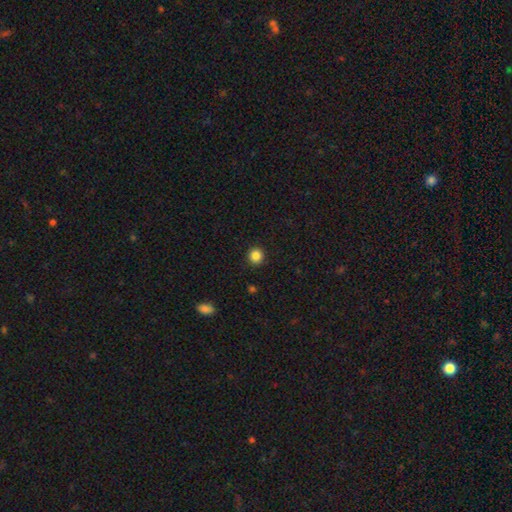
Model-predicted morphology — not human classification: Smooth or featured: smooth — 85% (star or artifact — 11%)
How rounded: round — 91% (in between — 8%)
Merging: none — 92% (minor disturbance — 5%)